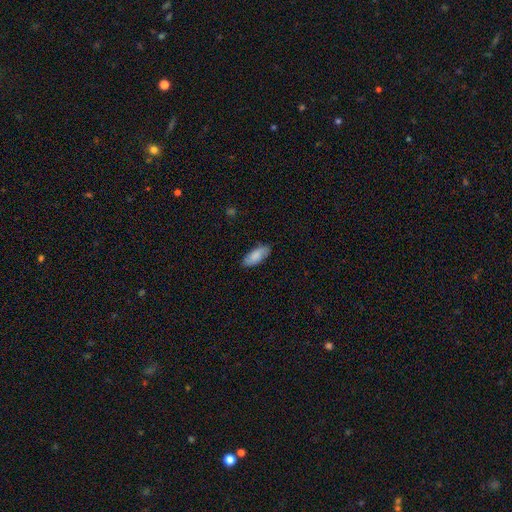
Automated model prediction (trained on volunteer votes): smooth 83%, featured or disk 11%, star or artifact 6%. Down the decision tree: how rounded — in between (82%); merging — none (85%).